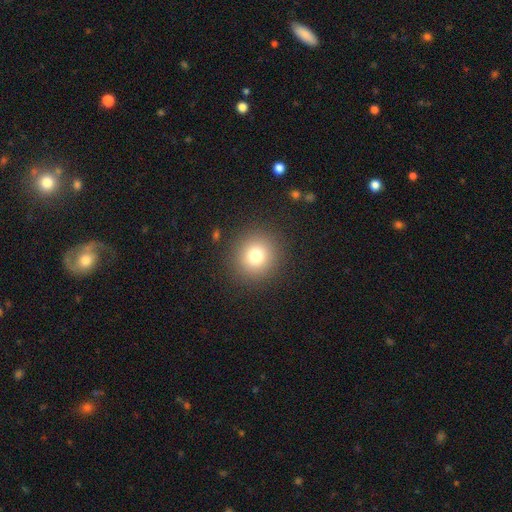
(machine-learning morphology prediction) type=smooth (77%); roundness=round (93%); merging=none (90%).